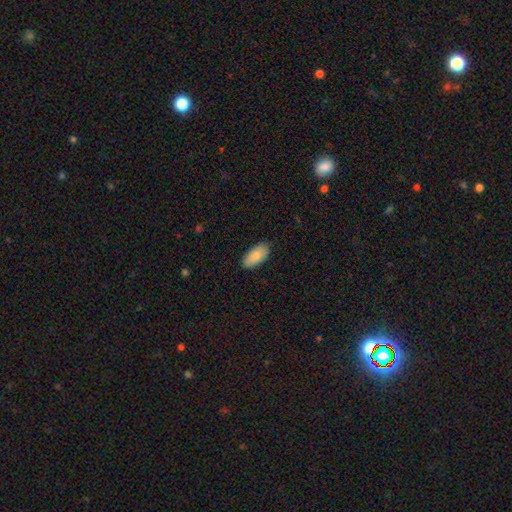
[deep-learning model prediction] smooth-or-featured: smooth: 86% | featured or disk: 8% | star or artifact: 6%
  how-rounded: in between: 93% | cigar-shaped: 5% | round: 2%
  merging: none: 86% | minor disturbance: 11% | major disturbance: 2% | merger: 1%